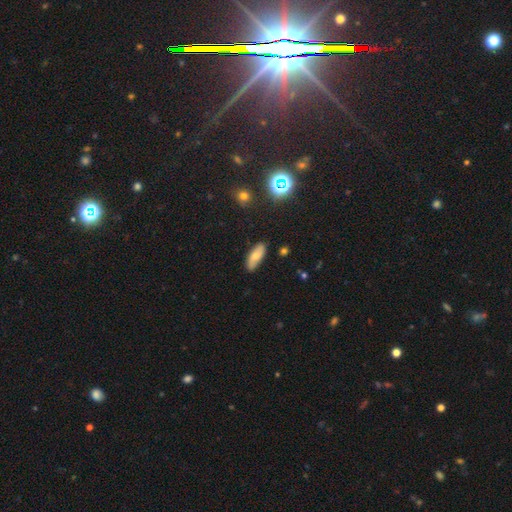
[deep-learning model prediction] Overall: smooth (71%). How rounded: in between (71%). Merging: none (82%).